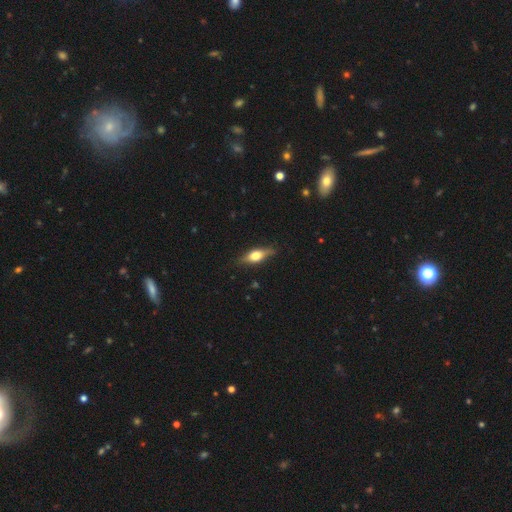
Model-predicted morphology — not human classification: This appears to be a featured or disk galaxy (50%). Merging: none (82%).